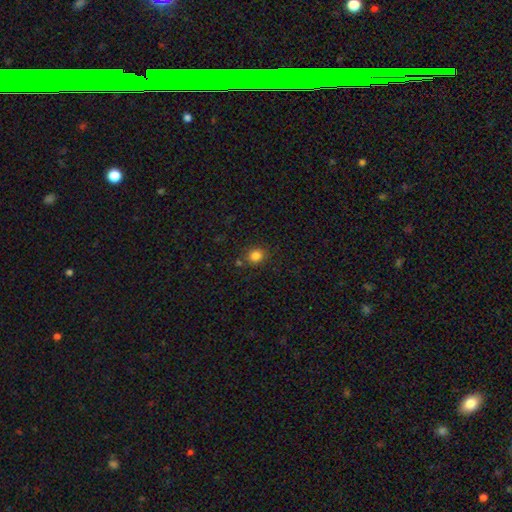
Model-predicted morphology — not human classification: Q: Smooth or featured?
A: smooth (83%); runner-up: star or artifact (12%)
Q: How rounded?
A: round (78%); runner-up: in between (22%)
Q: Merging?
A: none (80%); runner-up: minor disturbance (11%)